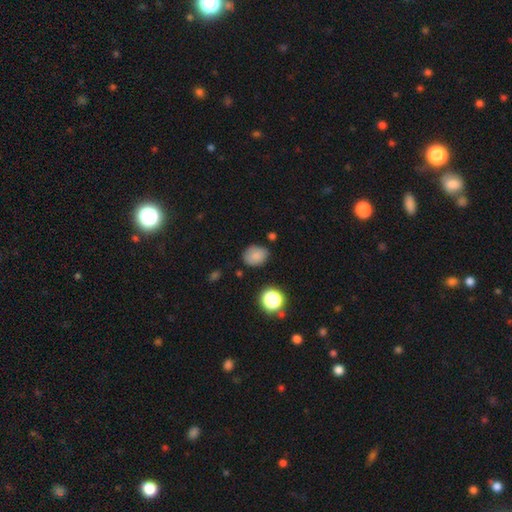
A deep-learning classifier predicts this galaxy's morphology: Smooth or featured?
  - smooth: 81% *
  - star or artifact: 12%
  - featured or disk: 7%
How rounded?
  - in between: 51% *
  - round: 48%
  - cigar-shaped: 1%
Merging?
  - none: 77% *
  - minor disturbance: 17%
  - major disturbance: 4%
  - merger: 3%